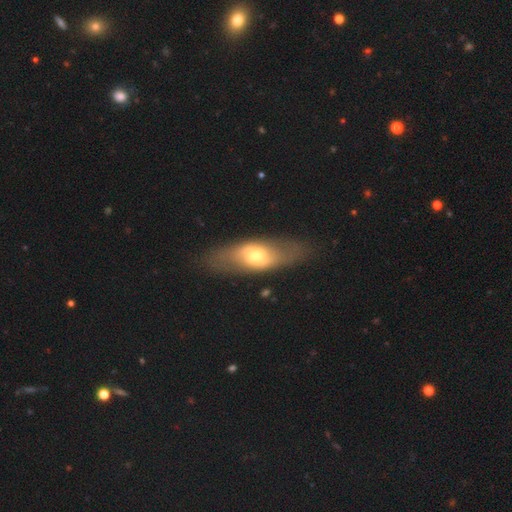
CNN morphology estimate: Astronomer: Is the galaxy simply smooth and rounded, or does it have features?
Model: featured or disk — 48% (runner-up: smooth, 45%).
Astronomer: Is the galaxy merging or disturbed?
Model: none — 80%.